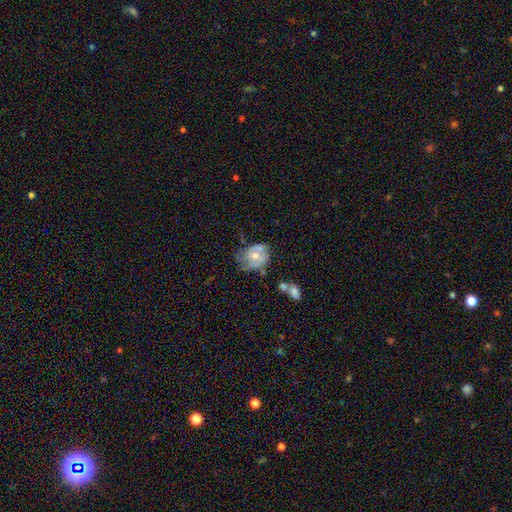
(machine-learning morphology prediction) Q: Smooth or featured?
A: featured or disk (57%); runner-up: smooth (36%)
Q: Edge-on disk?
A: no (97%); runner-up: yes (3%)
Q: Bar?
A: no (75%); runner-up: weak (21%)
Q: Spiral arms?
A: yes (64%); runner-up: no (36%)
Q: Bulge size?
A: moderate (60%); runner-up: small (33%)
Q: Merging?
A: none (36%); runner-up: minor disturbance (32%)